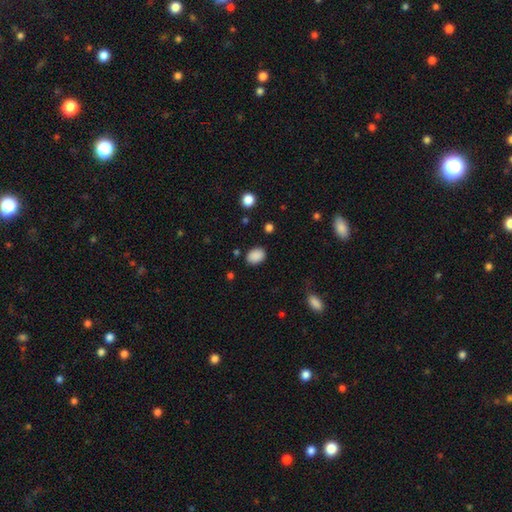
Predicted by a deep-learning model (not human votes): smooth_or_featured: smooth (p=0.88) [alt: star or artifact p=0.09]
how_rounded: in between (p=0.75) [alt: round p=0.24]
merging: none (p=0.84) [alt: minor disturbance p=0.11]